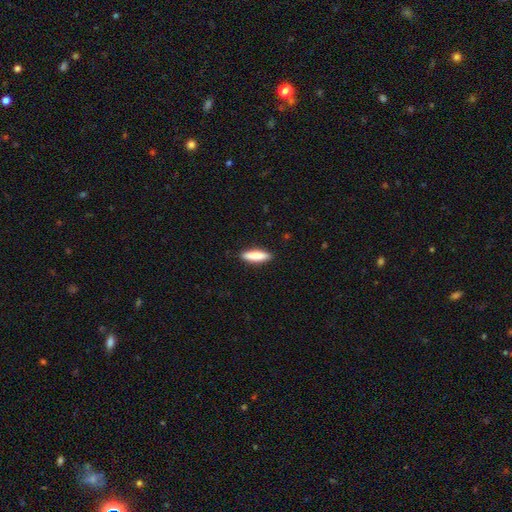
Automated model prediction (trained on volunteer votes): smooth-or-featured: smooth: 84% | featured or disk: 11% | star or artifact: 6%
  how-rounded: cigar-shaped: 63% | in between: 36% | round: 2%
  merging: none: 89% | minor disturbance: 8% | major disturbance: 2% | merger: 1%